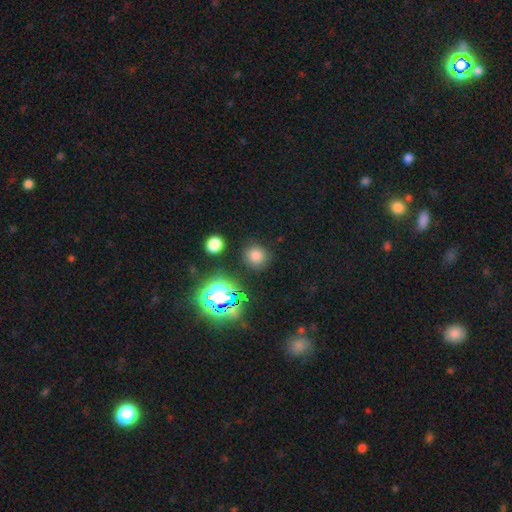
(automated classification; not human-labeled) Morphology: type=smooth (72%); roundness=round (90%); merging=none (85%).